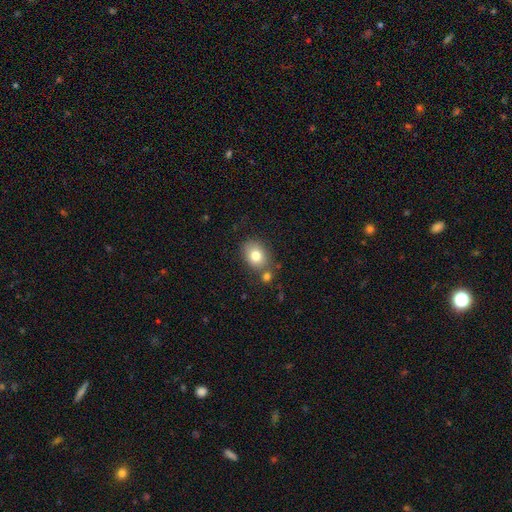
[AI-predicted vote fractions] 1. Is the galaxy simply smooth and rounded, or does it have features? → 79% smooth, 12% featured or disk, 10% star or artifact.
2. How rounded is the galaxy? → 57% in between, 42% round, 1% cigar-shaped.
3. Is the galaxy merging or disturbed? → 69% none, 14% minor disturbance, 13% merger, 4% major disturbance.